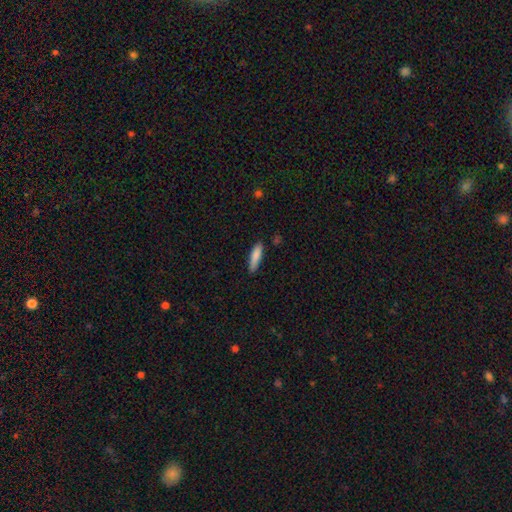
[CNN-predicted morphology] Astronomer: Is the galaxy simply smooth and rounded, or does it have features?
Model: smooth — 84%.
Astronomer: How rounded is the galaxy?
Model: cigar-shaped — 72%.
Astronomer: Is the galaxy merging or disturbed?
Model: none — 81%.